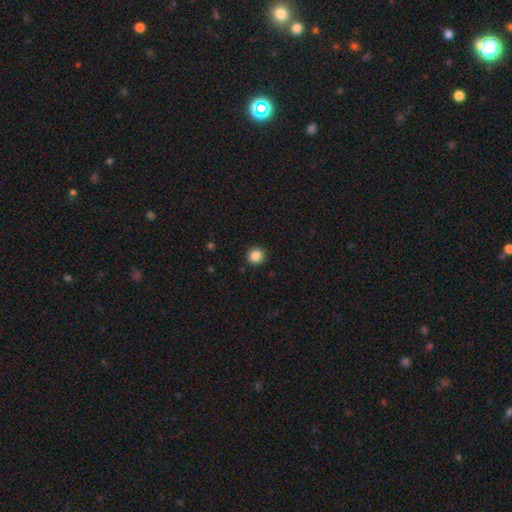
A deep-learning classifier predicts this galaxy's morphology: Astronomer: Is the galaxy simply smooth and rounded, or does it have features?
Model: smooth — 86%.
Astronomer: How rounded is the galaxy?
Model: round — 94%.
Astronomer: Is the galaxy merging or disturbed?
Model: none — 92%.